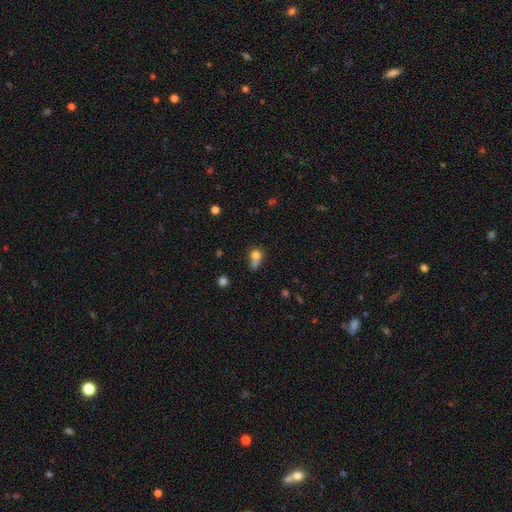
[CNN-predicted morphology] smooth 72%, featured or disk 14%, star or artifact 14%. Down the decision tree: how rounded — in between (48%); merging — none (31%).